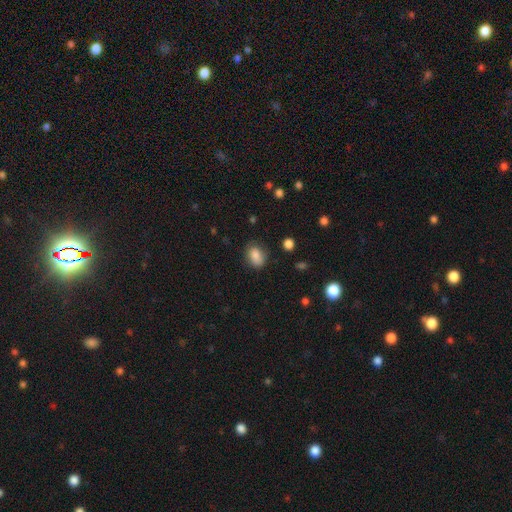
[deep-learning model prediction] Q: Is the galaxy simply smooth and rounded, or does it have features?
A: smooth — 84%.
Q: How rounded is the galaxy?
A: in between — 72%.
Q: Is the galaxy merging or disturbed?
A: none — 72%.